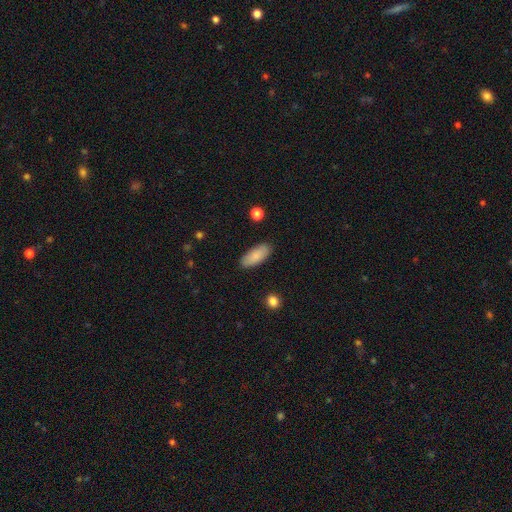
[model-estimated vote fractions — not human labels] A smooth galaxy with no disk features (86%) that is in between round and cigar-shaped (80%). Merging: none (87%).